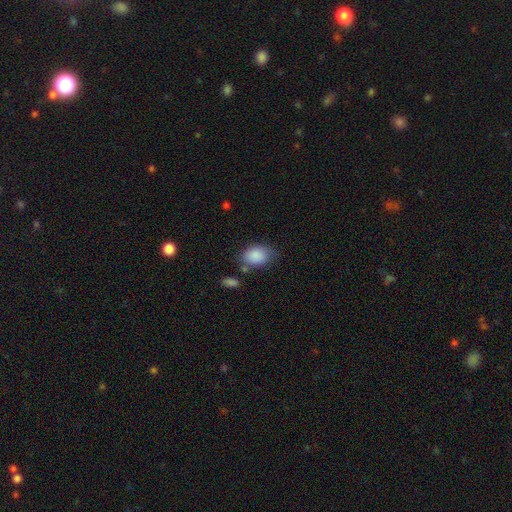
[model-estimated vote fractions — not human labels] This is clearly a smooth galaxy (87%). How rounded: likely in between (78%). Merging: possibly none (60%).